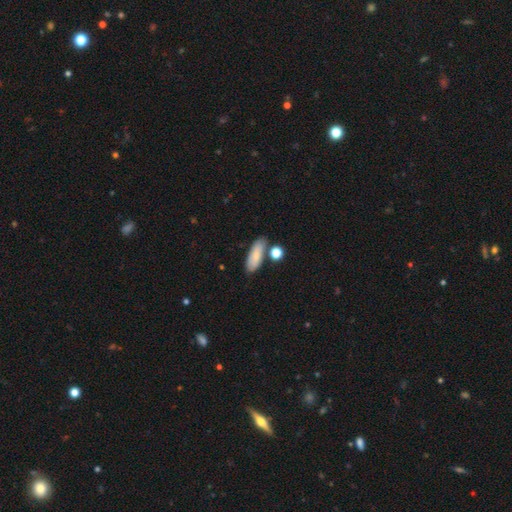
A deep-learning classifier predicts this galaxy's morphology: smooth_or_featured: smooth (p=0.81) [alt: featured or disk p=0.12]
how_rounded: in between (p=0.68) [alt: cigar-shaped p=0.28]
merging: none (p=0.70) [alt: minor disturbance p=0.15]